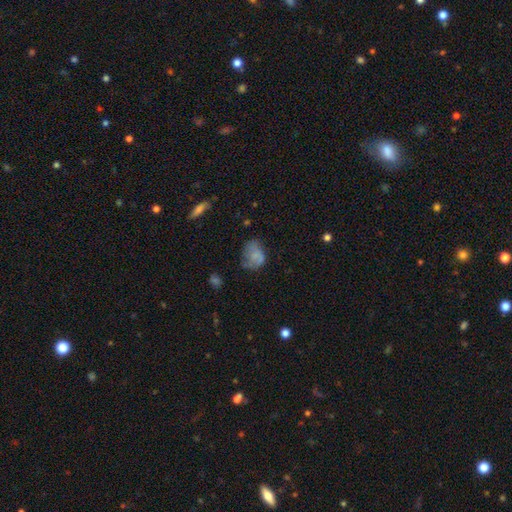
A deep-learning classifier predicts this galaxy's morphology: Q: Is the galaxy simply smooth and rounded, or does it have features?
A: smooth — 59%.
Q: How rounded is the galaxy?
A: in between — 62%.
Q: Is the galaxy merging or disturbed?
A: none — 39%.